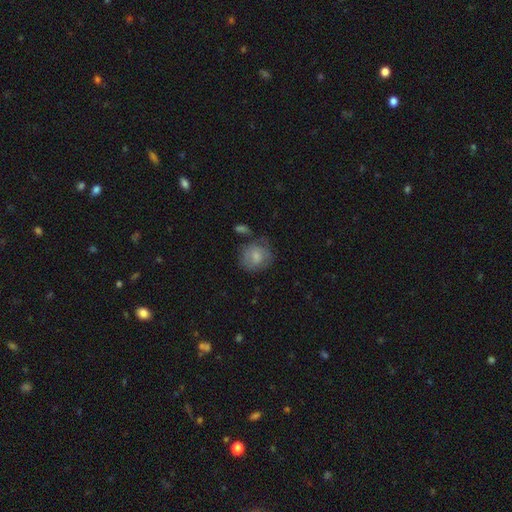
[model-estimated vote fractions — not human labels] Smooth or featured: smooth — 69% (featured or disk — 24%)
How rounded: round — 77% (in between — 22%)
Merging: none — 56% (minor disturbance — 25%)